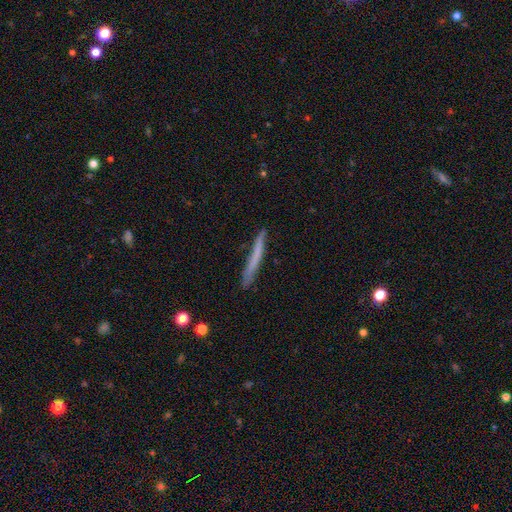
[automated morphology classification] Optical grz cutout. It shows a smooth galaxy with no disk features (60%) that is cigar-shaped (97%). Merging: none (84%).